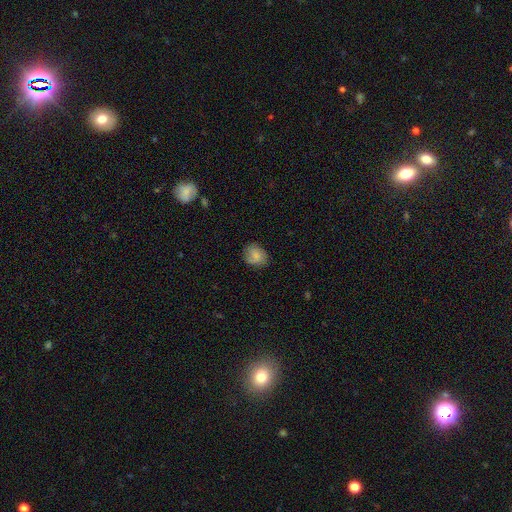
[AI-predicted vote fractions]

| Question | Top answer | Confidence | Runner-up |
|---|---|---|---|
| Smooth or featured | smooth | 78% | featured or disk (14%) |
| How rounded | round | 59% | in between (40%) |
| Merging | none | 76% | minor disturbance (18%) |